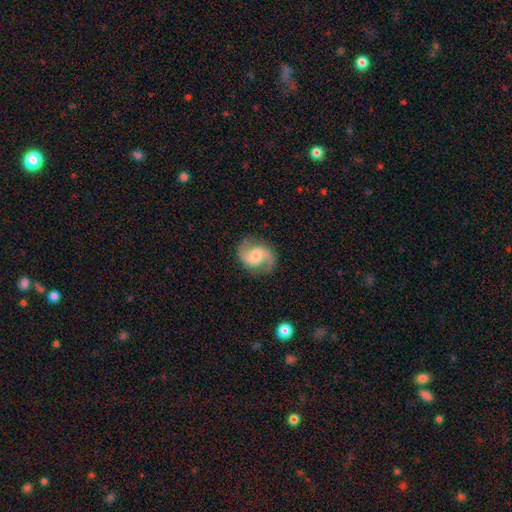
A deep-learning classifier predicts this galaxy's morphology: Smooth or featured: featured or disk — 86% (smooth — 9%)
Edge-on disk: no — 98% (yes — 2%)
Bar: no — 46% (weak — 45%)
Spiral arms: yes — 97% (no — 3%)
Spiral winding: medium — 54% (loose — 33%)
Spiral arm count: 2 — 93% (can't tell — 2%)
Bulge size: moderate — 47% (small — 37%)
Merging: none — 82% (minor disturbance — 12%)